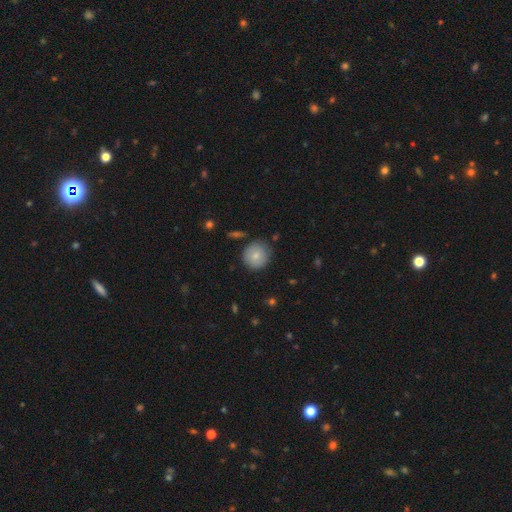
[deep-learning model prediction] The model was most divided on "smooth or featured": smooth: 79%, featured or disk: 13%, star or artifact: 8%. More confident: how rounded — round (92%); merging — none (82%).